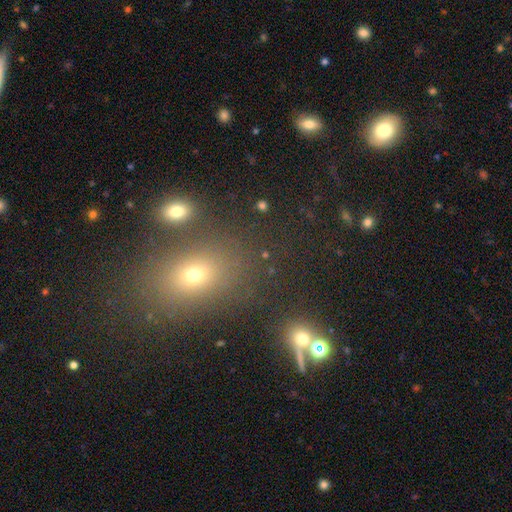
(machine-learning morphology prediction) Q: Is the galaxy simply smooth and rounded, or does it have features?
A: smooth — 56%.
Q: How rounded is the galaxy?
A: in between — 66%.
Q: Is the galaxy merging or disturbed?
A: none — 79%.